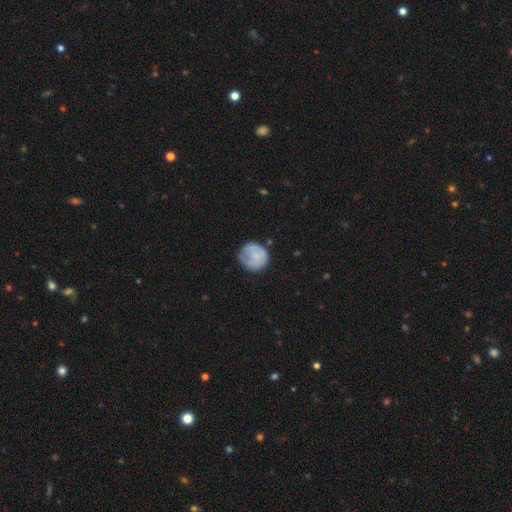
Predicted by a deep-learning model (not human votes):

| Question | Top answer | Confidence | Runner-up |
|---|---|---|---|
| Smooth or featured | smooth | 66% | featured or disk (27%) |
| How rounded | round | 85% | in between (14%) |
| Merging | none | 58% | minor disturbance (28%) |